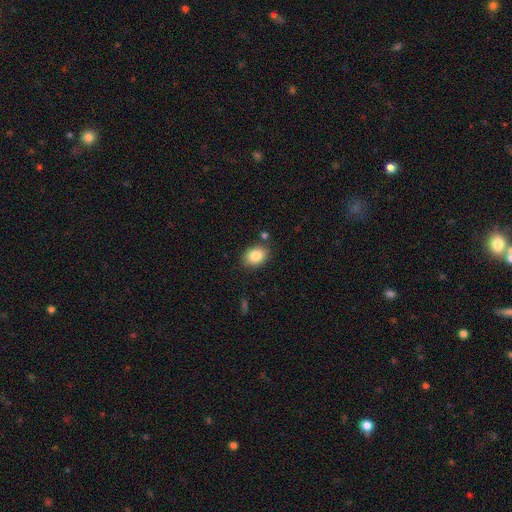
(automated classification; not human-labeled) This appears to be a smooth galaxy with no disk features (85%) that is in between round and cigar-shaped (75%). Merging: none (82%).